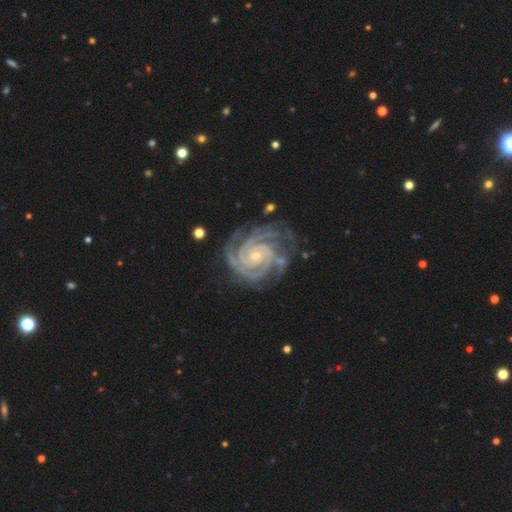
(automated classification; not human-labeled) smooth_or_featured: featured or disk (p=0.93) [alt: star or artifact p=0.05]
disk_edge_on: no (p=0.98) [alt: yes p=0.02]
bar: no (p=0.71) [alt: weak p=0.19]
has_spiral_arms: yes (p=0.99) [alt: no p=0.01]
spiral_winding: tight (p=0.83) [alt: medium p=0.16]
spiral_arm_count: 3 (p=0.32) [alt: 4 p=0.26]
bulge_size: small (p=0.75) [alt: moderate p=0.22]
merging: none (p=0.70) [alt: minor disturbance p=0.20]